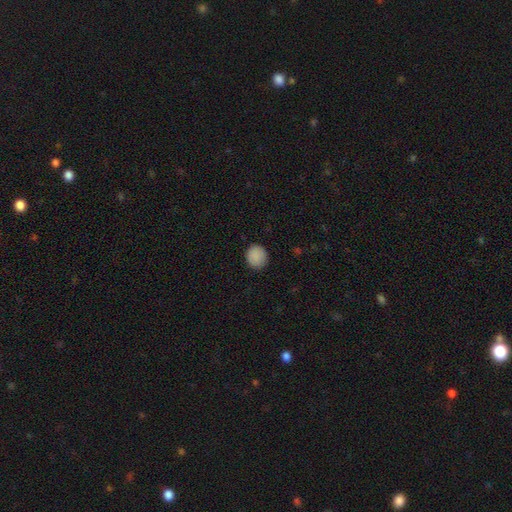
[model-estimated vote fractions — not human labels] Smooth or featured: smooth — 89% (star or artifact — 8%)
How rounded: round — 86% (in between — 13%)
Merging: none — 89% (minor disturbance — 8%)